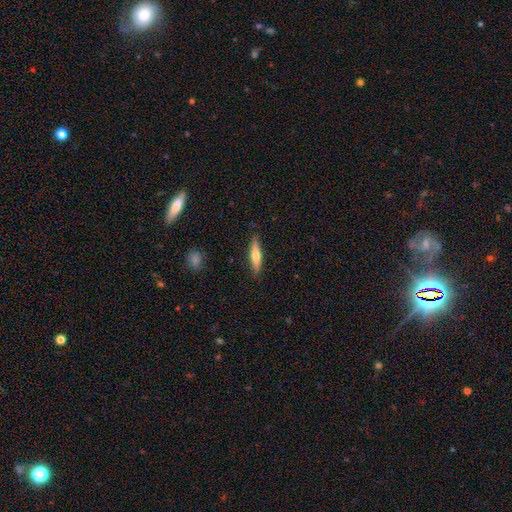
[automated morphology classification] Smooth or featured? smooth (58%)
How rounded? cigar-shaped (82%)
Merging? none (87%)